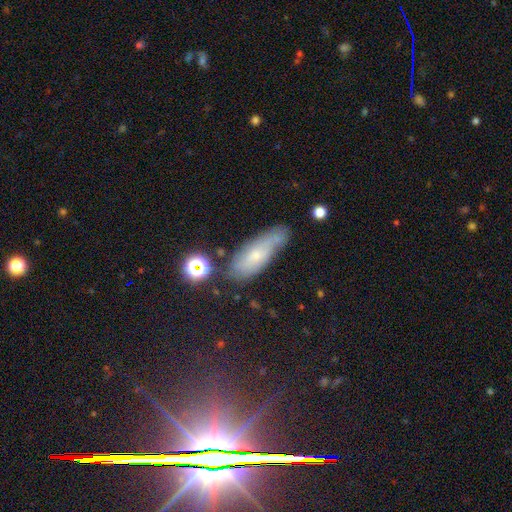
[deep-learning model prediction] Smooth or featured? smooth (49%)
Merging? none (59%)